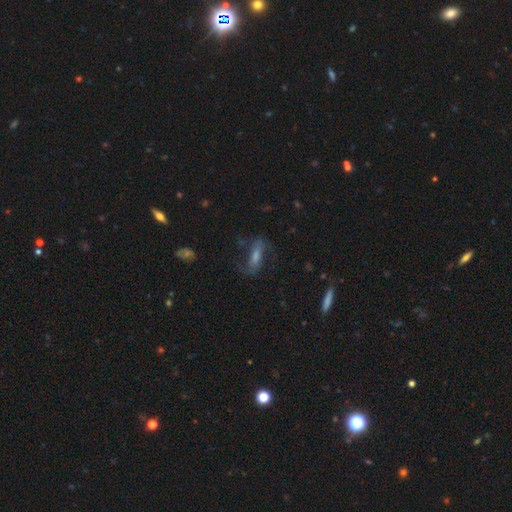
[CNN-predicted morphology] Smooth or featured? Predicted: featured or disk (p=0.51). Edge-on disk? Predicted: no (p=0.80). Merging? Predicted: none (p=0.63).